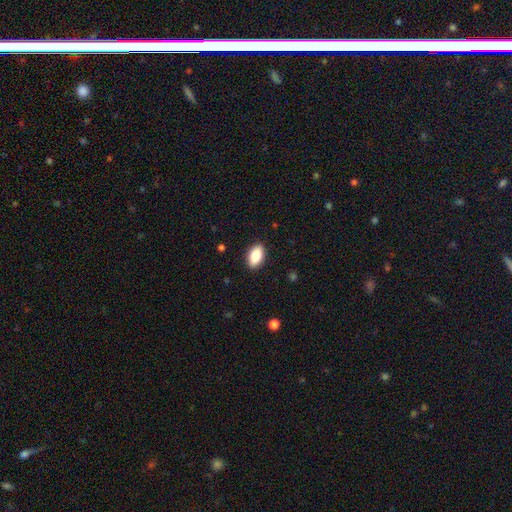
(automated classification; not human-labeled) The model was most divided on "smooth or featured": smooth: 84%, featured or disk: 9%, star or artifact: 7%. More confident: how rounded — in between (92%); merging — none (89%).